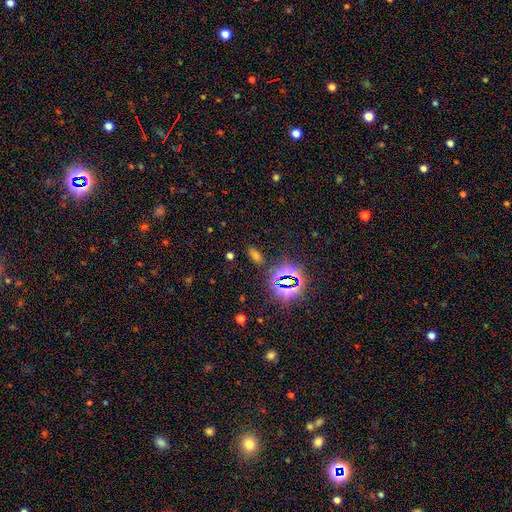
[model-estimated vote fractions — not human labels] smooth-or-featured: star or artifact: 49% | smooth: 42% | featured or disk: 9%